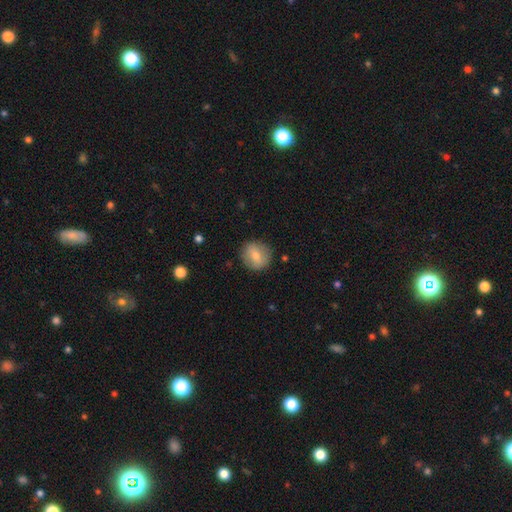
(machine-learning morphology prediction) Smooth or featured? Predicted: smooth (p=0.72). How rounded? Predicted: round (p=0.88). Merging? Predicted: none (p=0.86).